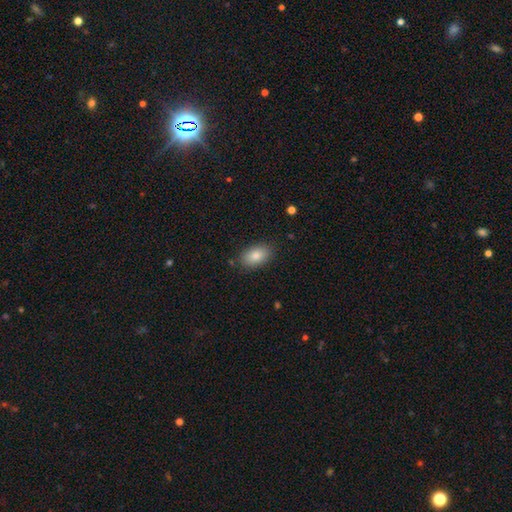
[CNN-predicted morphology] This is clearly a smooth galaxy (85%). How rounded: clearly in between (92%). Merging: clearly none (85%).